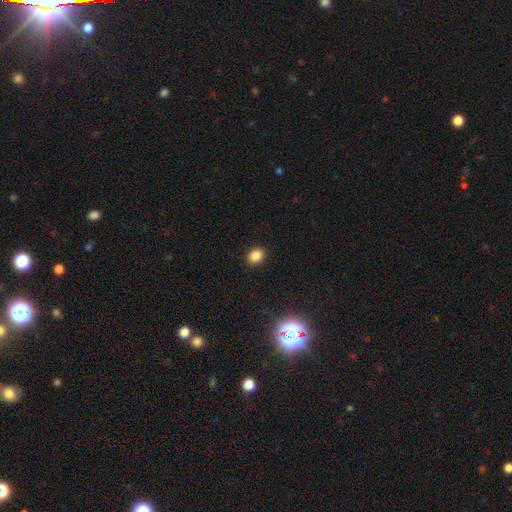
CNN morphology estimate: A smooth galaxy with no disk features (85%) that is in between round and cigar-shaped (52%). Merging: none (90%).